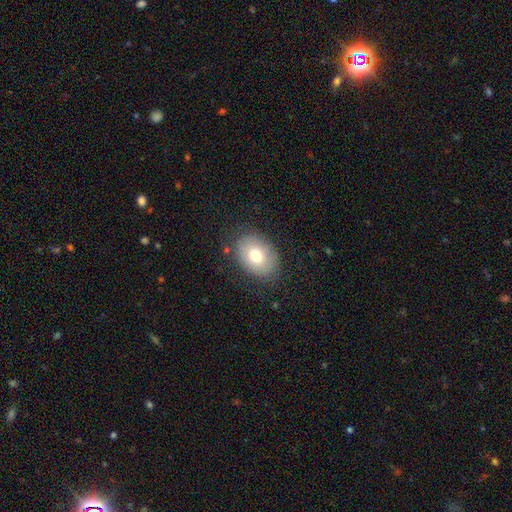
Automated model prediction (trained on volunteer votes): The model was most divided on "how rounded": in between: 72%, round: 27%, cigar-shaped: 1%. More confident: merging — none (81%); smooth or featured — smooth (75%).